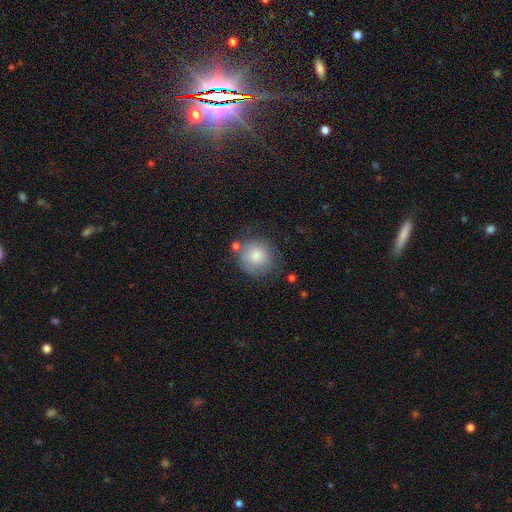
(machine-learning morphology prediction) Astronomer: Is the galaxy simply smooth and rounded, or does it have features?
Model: smooth — 81%.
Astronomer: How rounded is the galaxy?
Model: round — 87%.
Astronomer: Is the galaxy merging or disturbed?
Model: none — 65%.